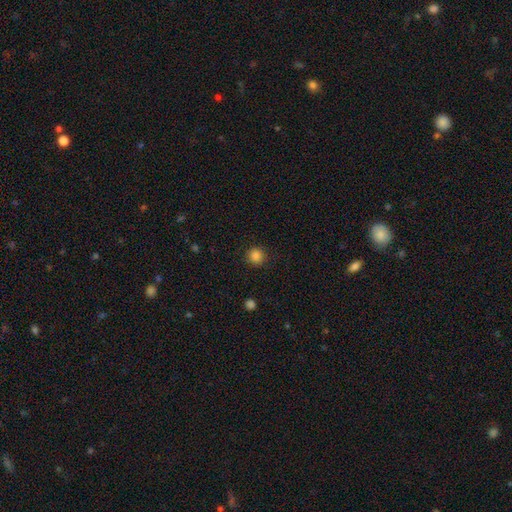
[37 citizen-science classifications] A smooth galaxy with no disk features (86%) that is round (97%).

Vote fractions:
- Smooth or featured? smooth: 86% / star or artifact: 8% / featured or disk: 5%
- How rounded? round: 97% / in between: 3% / cigar-shaped: 0%
- Merging? none: 91% / minor disturbance: 6% / major disturbance: 3% / merger: 0%